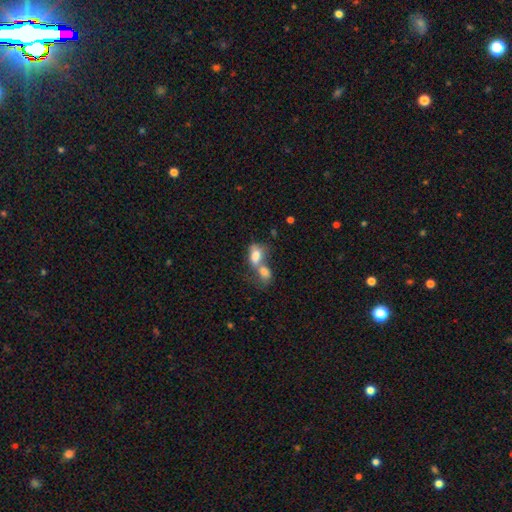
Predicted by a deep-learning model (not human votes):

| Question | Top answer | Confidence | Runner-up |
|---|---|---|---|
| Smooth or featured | smooth | 75% | featured or disk (16%) |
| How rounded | in between | 85% | round (12%) |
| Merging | merger | 71% | none (14%) |